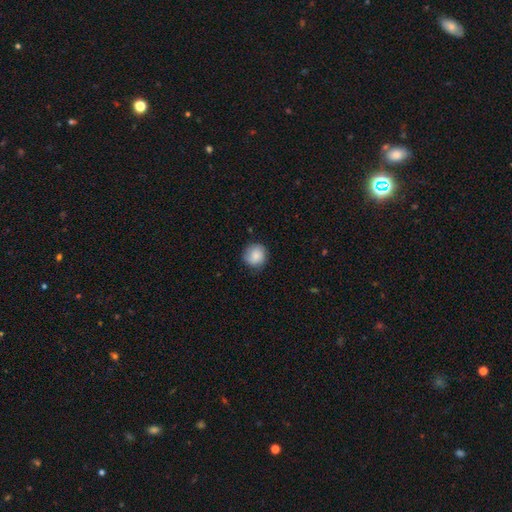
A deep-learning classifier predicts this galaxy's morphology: This appears to be a smooth galaxy with no disk features (84%) that is round (89%). Merging: none (79%).